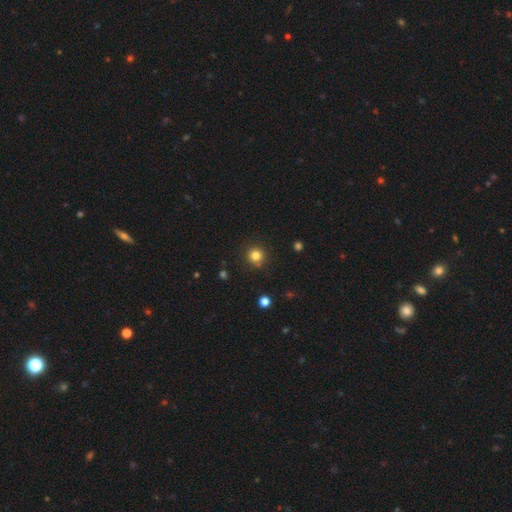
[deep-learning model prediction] Morphology: type=smooth (82%); roundness=round (94%); merging=none (87%).